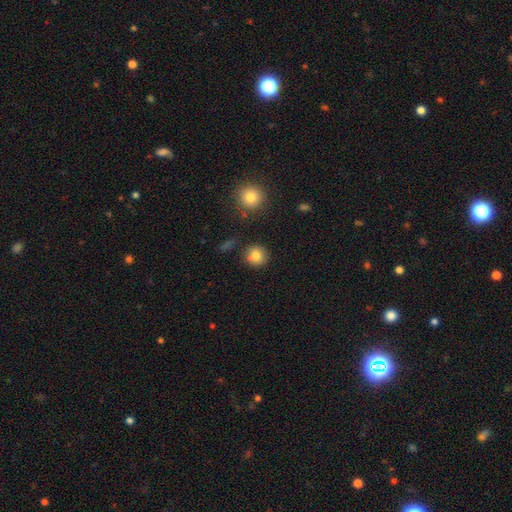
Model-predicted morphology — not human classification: Overall: smooth (82%). How rounded: round (91%). Merging: none (82%).